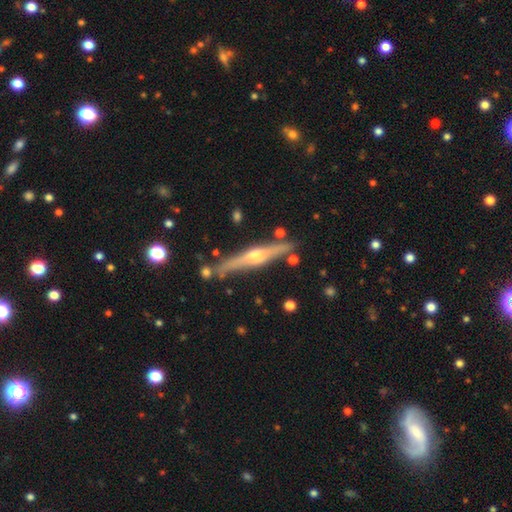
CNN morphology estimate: featured or disk 74%, smooth 20%, star or artifact 6%. Down the decision tree: edge-on disk — yes (96%); edge-on bulge — rounded (90%); merging — none (81%).